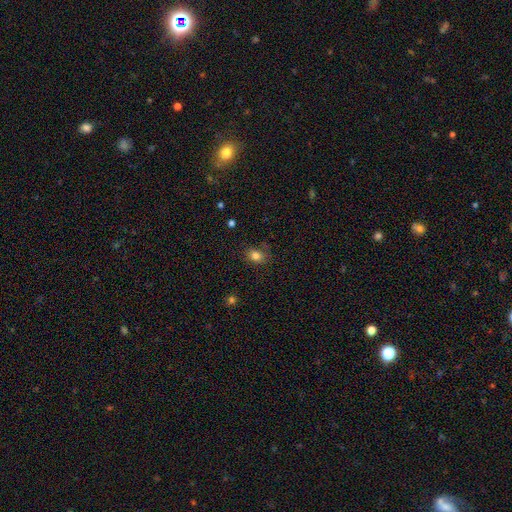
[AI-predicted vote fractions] smooth_or_featured: smooth (p=0.82) [alt: star or artifact p=0.12]
how_rounded: in between (p=0.62) [alt: round p=0.36]
merging: none (p=0.74) [alt: minor disturbance p=0.19]